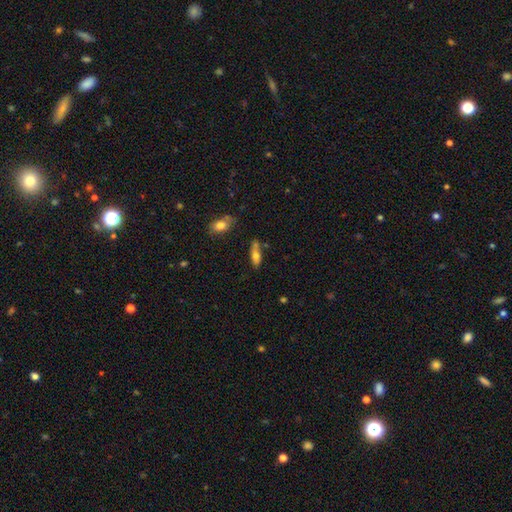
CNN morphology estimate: type=smooth (70%); roundness=in between (61%); merging=none (62%).